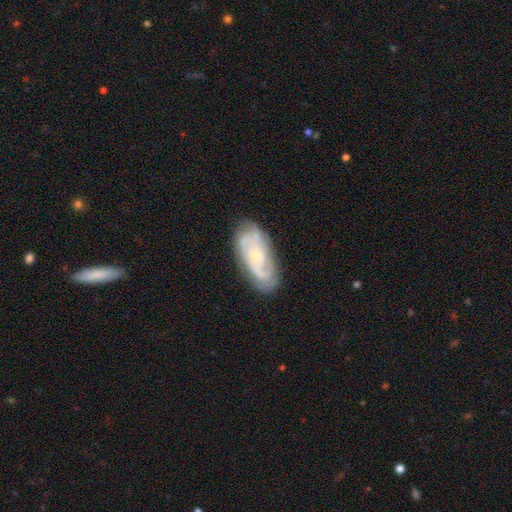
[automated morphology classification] featured or disk 74%, smooth 19%, star or artifact 7%. Down the decision tree: edge-on disk — no (93%); bar — no (69%); spiral arms — yes (92%); spiral arm count — can't tell (36%); spiral winding — tight (55%); bulge size — small (69%); merging — none (77%).